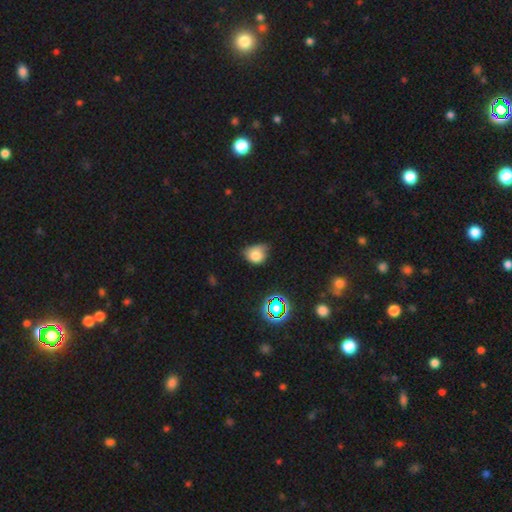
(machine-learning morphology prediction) Smooth or featured? Predicted: smooth (p=0.75). How rounded? Predicted: round (p=0.56). Merging? Predicted: minor disturbance (p=0.46).